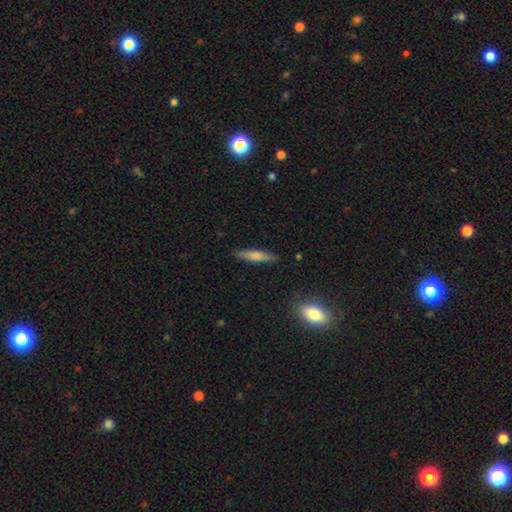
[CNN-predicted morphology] Q: Smooth or featured?
A: smooth (70%); runner-up: featured or disk (23%)
Q: How rounded?
A: cigar-shaped (86%); runner-up: in between (12%)
Q: Merging?
A: none (88%); runner-up: minor disturbance (9%)